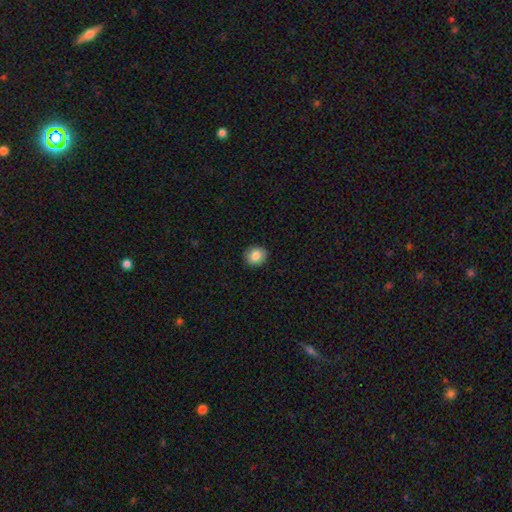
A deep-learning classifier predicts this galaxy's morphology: smooth_or_featured: smooth (p=0.84) [alt: star or artifact p=0.09]
how_rounded: round (p=0.76) [alt: in between p=0.23]
merging: none (p=0.91) [alt: minor disturbance p=0.06]